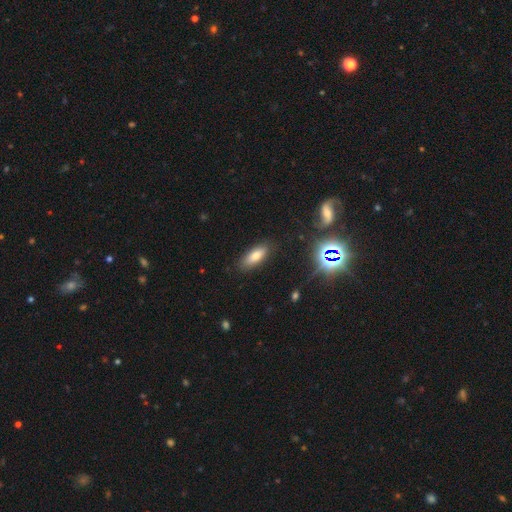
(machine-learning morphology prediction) smooth-or-featured: smooth: 72% | featured or disk: 15% | star or artifact: 13%
  how-rounded: in between: 73% | cigar-shaped: 24% | round: 3%
  merging: none: 86% | minor disturbance: 10% | major disturbance: 3% | merger: 1%